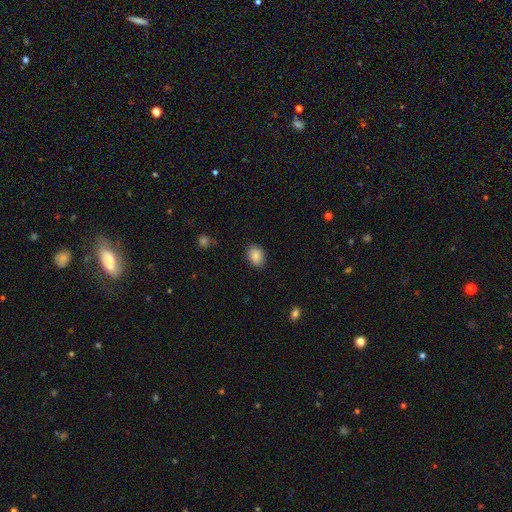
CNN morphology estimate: Overall: smooth (88%). How rounded: in between (72%). Merging: none (85%).